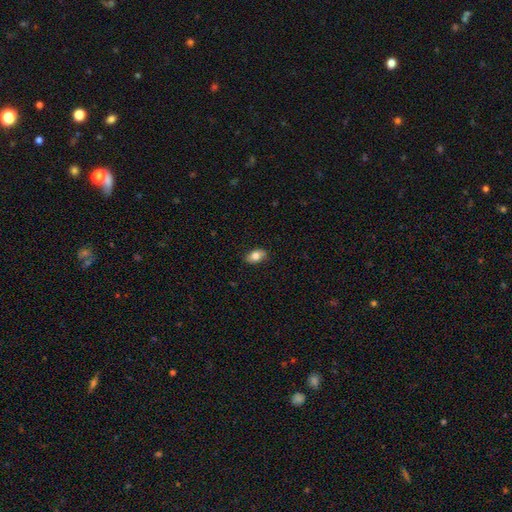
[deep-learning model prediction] Smooth or featured?
  - smooth: 79% *
  - featured or disk: 14%
  - star or artifact: 7%
How rounded?
  - in between: 88% *
  - round: 9%
  - cigar-shaped: 3%
Merging?
  - none: 85% *
  - minor disturbance: 11%
  - major disturbance: 2%
  - merger: 1%